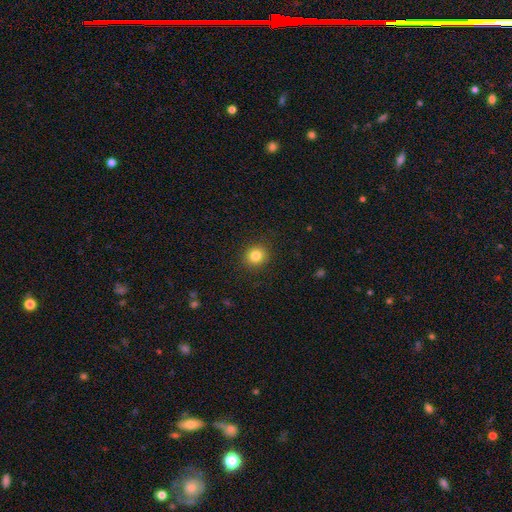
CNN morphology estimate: A smooth galaxy with no disk features (82%) that is round (84%).

Vote fractions:
- Smooth or featured? smooth: 82% / star or artifact: 11% / featured or disk: 6%
- How rounded? round: 84% / in between: 15% / cigar-shaped: 1%
- Merging? none: 90% / minor disturbance: 7% / major disturbance: 2% / merger: 1%